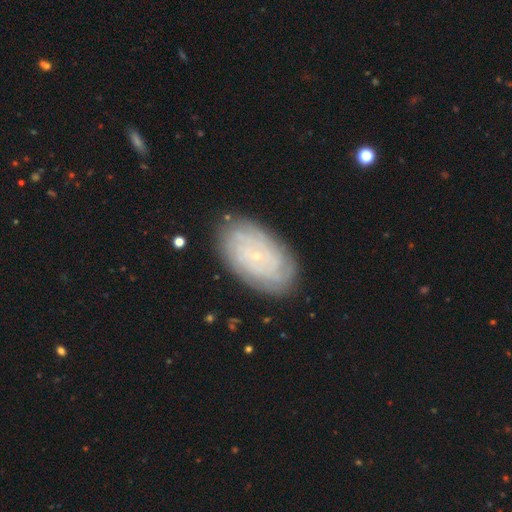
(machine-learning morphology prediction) A featured or disk galaxy (76%) with no bar (81%), tight (82%) spiral arms (92%) and a small central bulge (89%). Merging: none (83%).